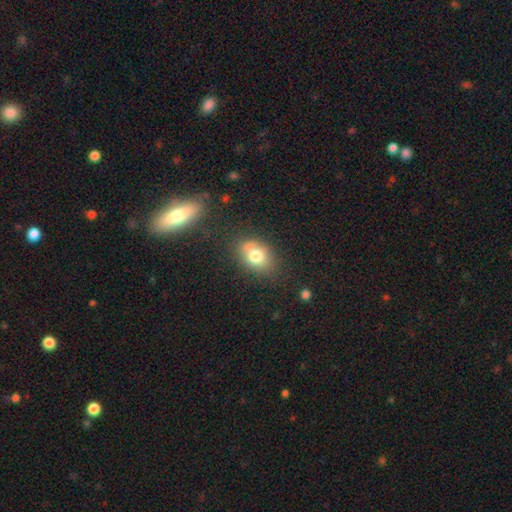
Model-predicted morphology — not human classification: This appears to be a smooth galaxy with no disk features (74%) that is in between round and cigar-shaped (69%). Merging: none (67%).